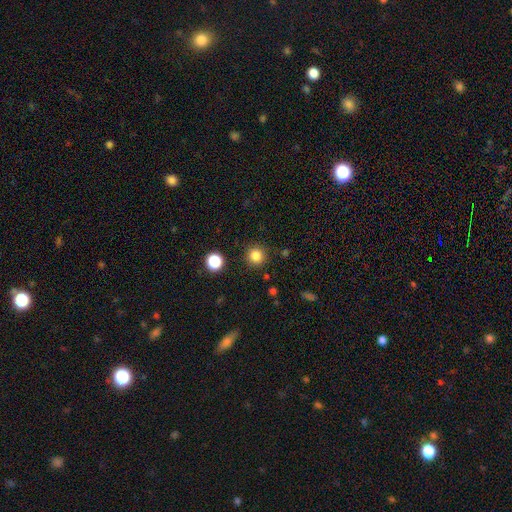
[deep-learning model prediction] This appears to be a smooth galaxy with no disk features (83%) that is round (95%). Merging: none (90%).